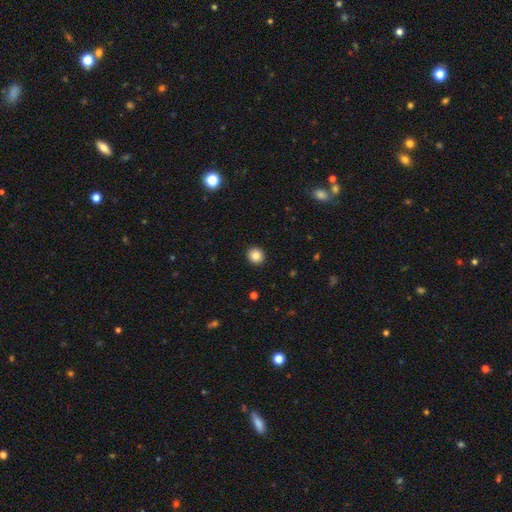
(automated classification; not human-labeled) Smooth or featured? Predicted: smooth (p=0.86). How rounded? Predicted: round (p=0.88). Merging? Predicted: none (p=0.93).